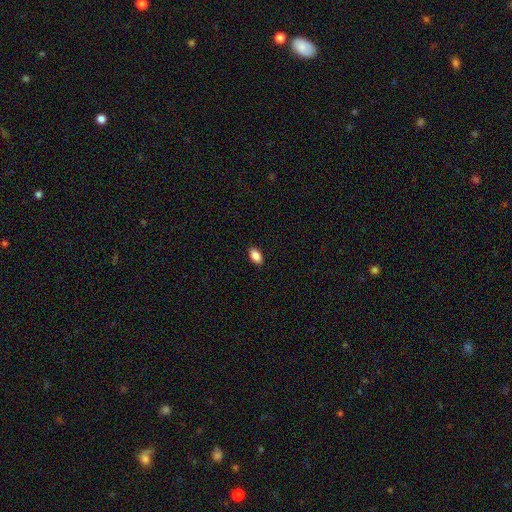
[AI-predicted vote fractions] This appears to be a smooth galaxy with no disk features (89%) that is in between round and cigar-shaped (92%). Merging: none (89%).